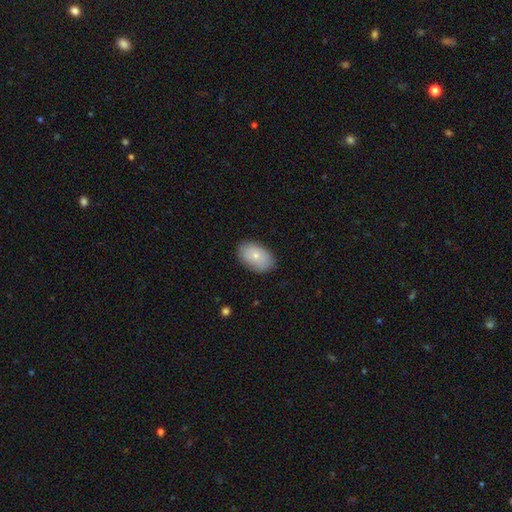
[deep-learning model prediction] smooth 77%, featured or disk 16%, star or artifact 7%. Down the decision tree: how rounded — in between (90%); merging — none (84%).